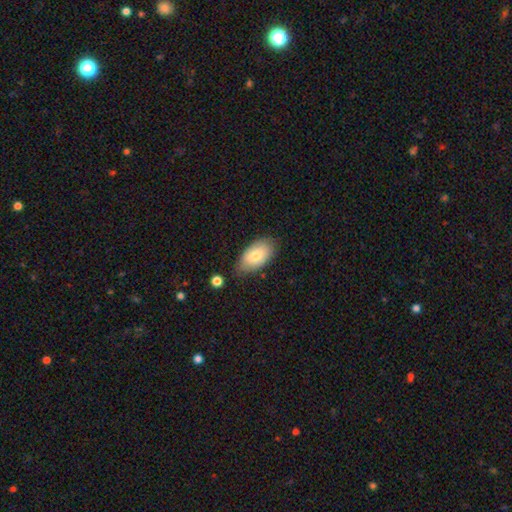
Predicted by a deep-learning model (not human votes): Smooth or featured?
  - smooth: 77% *
  - featured or disk: 17%
  - star or artifact: 7%
How rounded?
  - in between: 94% *
  - round: 4%
  - cigar-shaped: 2%
Merging?
  - none: 75% *
  - minor disturbance: 19%
  - major disturbance: 4%
  - merger: 3%